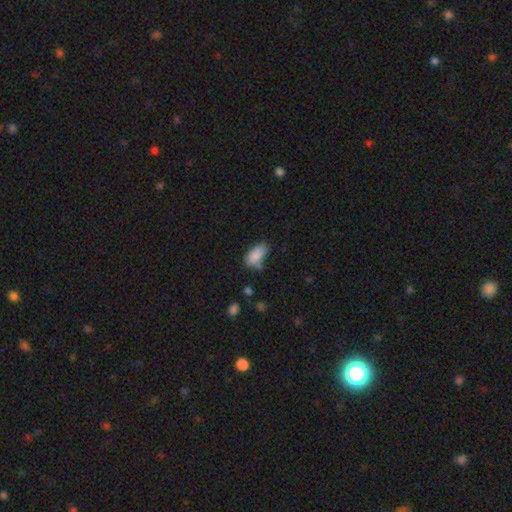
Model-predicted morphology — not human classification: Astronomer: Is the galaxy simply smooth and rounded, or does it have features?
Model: smooth — 85%.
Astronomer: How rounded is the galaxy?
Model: in between — 91%.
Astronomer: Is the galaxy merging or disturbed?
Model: none — 55%.